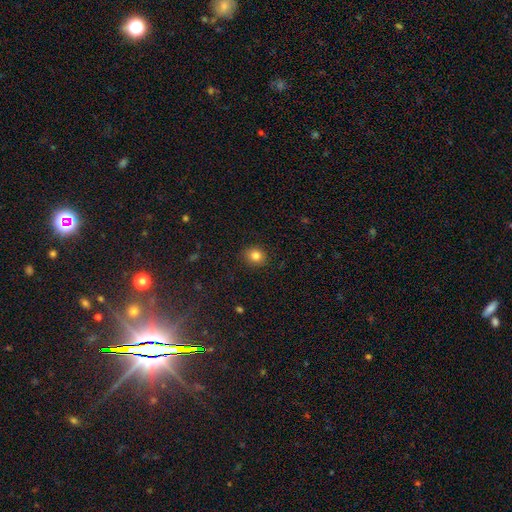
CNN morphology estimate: Smooth or featured?
  - smooth: 83% *
  - star or artifact: 11%
  - featured or disk: 6%
How rounded?
  - round: 75% *
  - in between: 24%
  - cigar-shaped: 1%
Merging?
  - none: 90% *
  - minor disturbance: 7%
  - major disturbance: 2%
  - merger: 1%